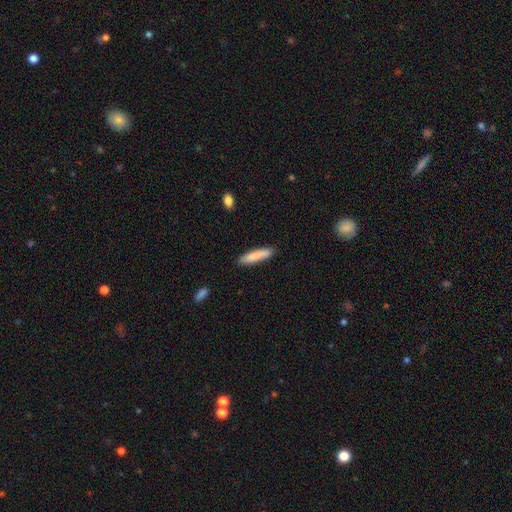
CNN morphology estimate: Smooth or featured?
  - smooth: 83% *
  - featured or disk: 11%
  - star or artifact: 6%
How rounded?
  - cigar-shaped: 83% *
  - in between: 15%
  - round: 1%
Merging?
  - none: 85% *
  - minor disturbance: 11%
  - major disturbance: 2%
  - merger: 2%